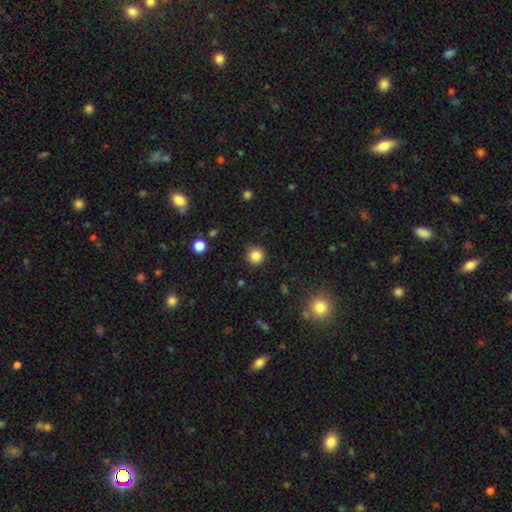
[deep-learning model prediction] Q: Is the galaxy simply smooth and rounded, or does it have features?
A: smooth — 85%.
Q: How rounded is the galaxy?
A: round — 94%.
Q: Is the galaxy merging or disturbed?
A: none — 87%.